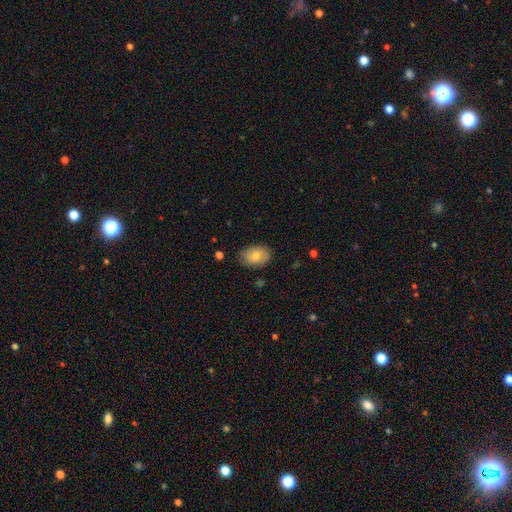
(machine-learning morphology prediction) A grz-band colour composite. It shows a smooth galaxy with no disk features (73%) that is in between round and cigar-shaped (78%). Merging: none (85%).